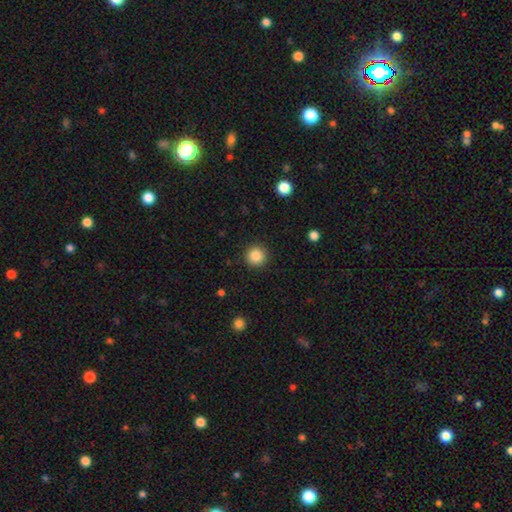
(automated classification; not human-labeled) A smooth galaxy with no disk features (85%) that is round (96%). Merging: none (92%).